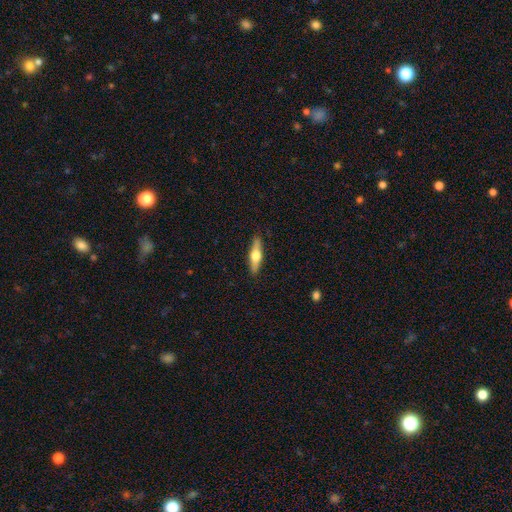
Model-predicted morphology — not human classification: Smooth or featured? featured or disk (52%)
Edge-on disk? yes (93%)
Merging? none (89%)